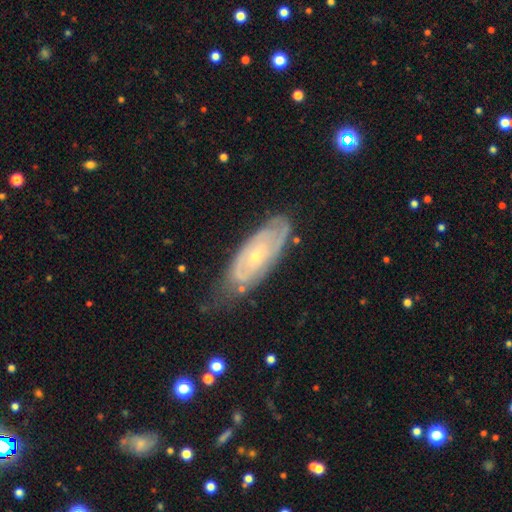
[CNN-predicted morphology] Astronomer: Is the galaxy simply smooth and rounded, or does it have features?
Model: featured or disk — 76%.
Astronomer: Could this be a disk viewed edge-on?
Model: no — 88%.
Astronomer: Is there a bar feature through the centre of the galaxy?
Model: no — 74%.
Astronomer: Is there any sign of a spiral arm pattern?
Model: yes — 83%.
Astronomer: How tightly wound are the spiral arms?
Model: tight — 70%.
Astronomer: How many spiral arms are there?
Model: can't tell — 55%.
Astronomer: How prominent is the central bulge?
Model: small — 74%.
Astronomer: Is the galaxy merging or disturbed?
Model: none — 60%.